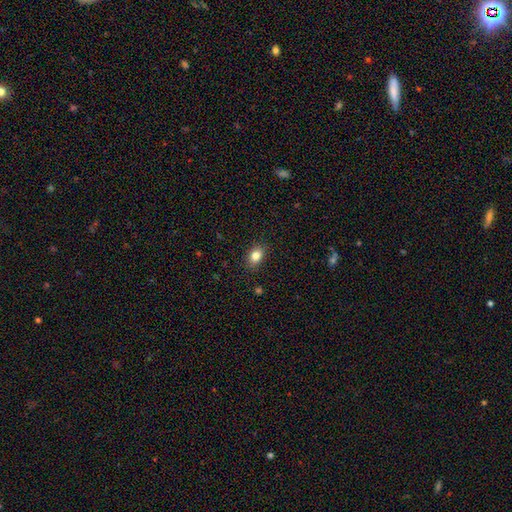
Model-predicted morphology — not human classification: Smooth or featured? Predicted: smooth (p=0.83). How rounded? Predicted: in between (p=0.72). Merging? Predicted: none (p=0.88).